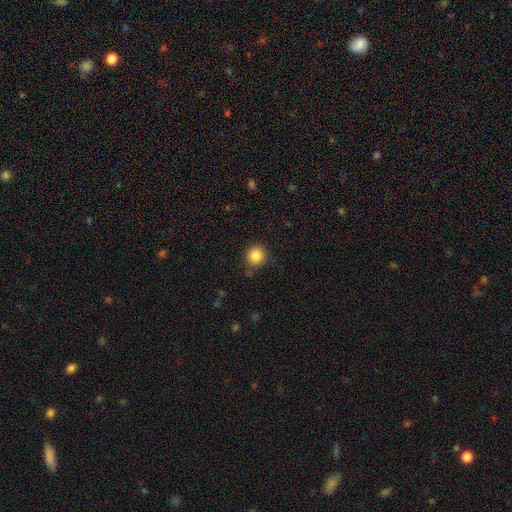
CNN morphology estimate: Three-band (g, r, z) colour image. It shows a smooth galaxy with no disk features (86%) that is round (92%). Merging: none (85%).